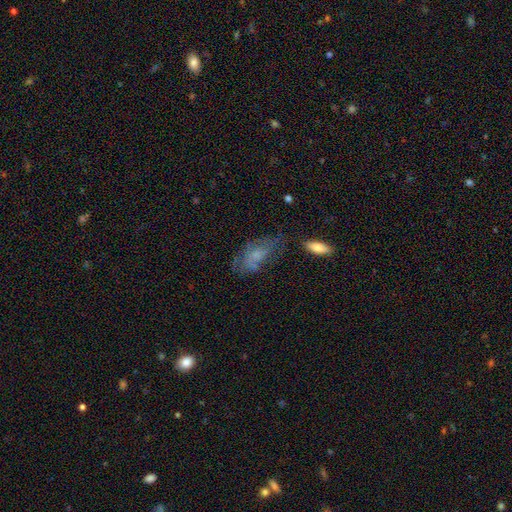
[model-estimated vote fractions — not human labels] This appears to be a smooth galaxy with no disk features (47%). Merging: none (51%).